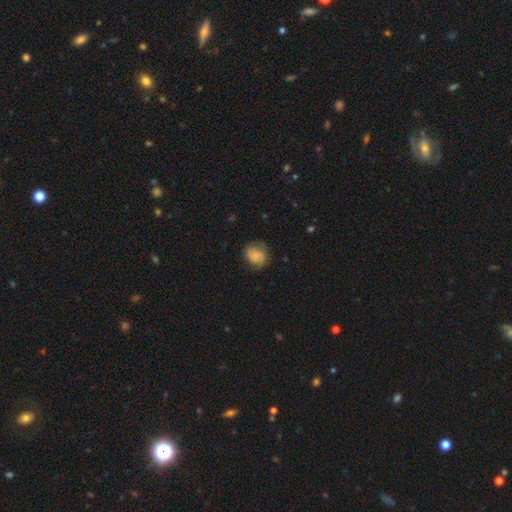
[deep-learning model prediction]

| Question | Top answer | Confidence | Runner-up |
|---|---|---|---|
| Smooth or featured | smooth | 67% | featured or disk (24%) |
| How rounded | round | 66% | in between (33%) |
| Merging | none | 70% | minor disturbance (22%) |